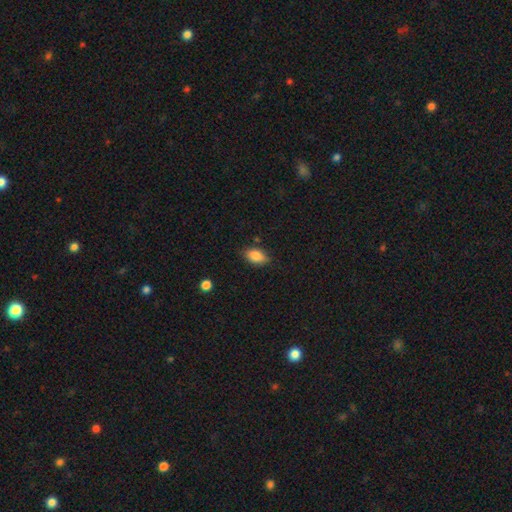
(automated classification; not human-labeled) This appears to be a smooth galaxy with no disk features (85%) that is in between round and cigar-shaped (89%). Merging: none (79%).